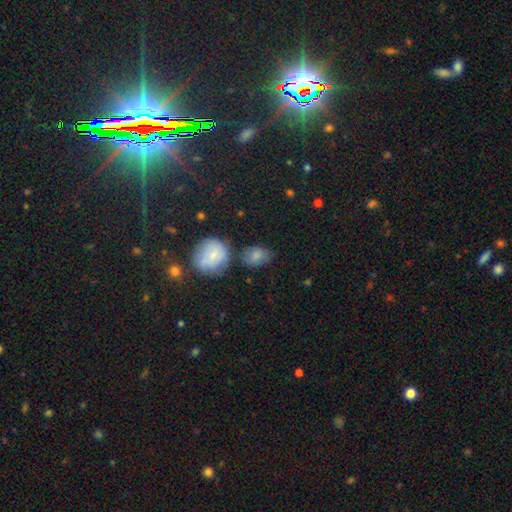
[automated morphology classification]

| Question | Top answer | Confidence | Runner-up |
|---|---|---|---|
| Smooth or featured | smooth | 78% | featured or disk (13%) |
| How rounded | in between | 60% | round (39%) |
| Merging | none | 59% | minor disturbance (20%) |